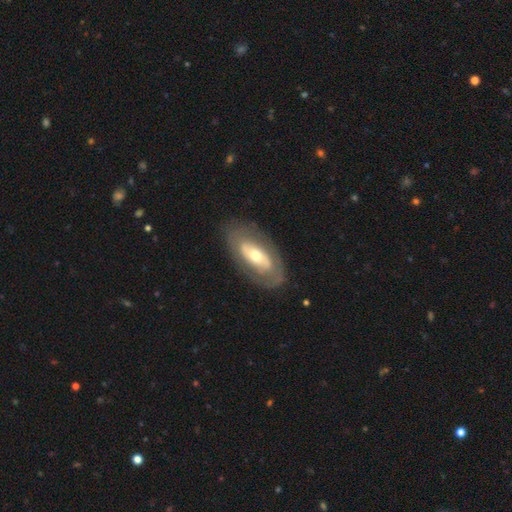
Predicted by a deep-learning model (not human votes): The model was most divided on "spiral arms": no: 58%, yes: 42%. More confident: edge-on disk — no (89%); merging — none (79%); bar — no (64%); smooth or featured — featured or disk (64%); bulge size — moderate (62%).